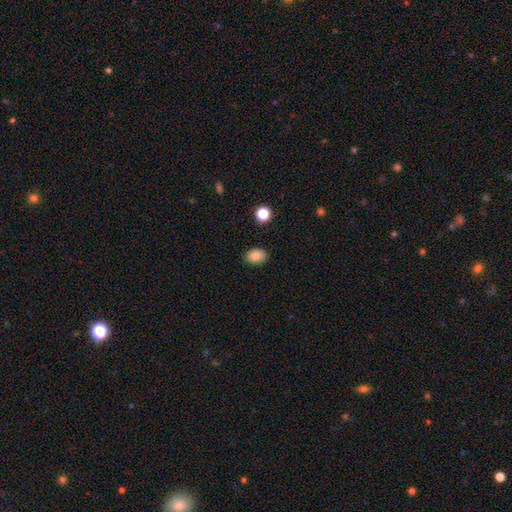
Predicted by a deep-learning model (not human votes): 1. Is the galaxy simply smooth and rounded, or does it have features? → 85% smooth, 9% star or artifact, 6% featured or disk.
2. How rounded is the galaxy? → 79% in between, 20% round, 1% cigar-shaped.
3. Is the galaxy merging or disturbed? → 87% none, 9% minor disturbance, 2% major disturbance, 1% merger.